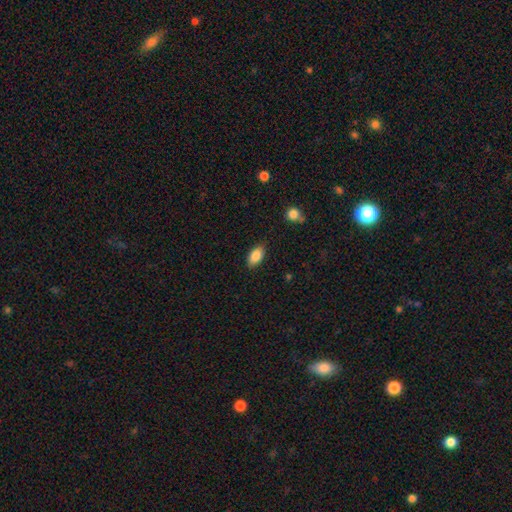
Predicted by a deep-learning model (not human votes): smooth 86%, star or artifact 7%, featured or disk 6%. Down the decision tree: how rounded — in between (92%); merging — none (84%).